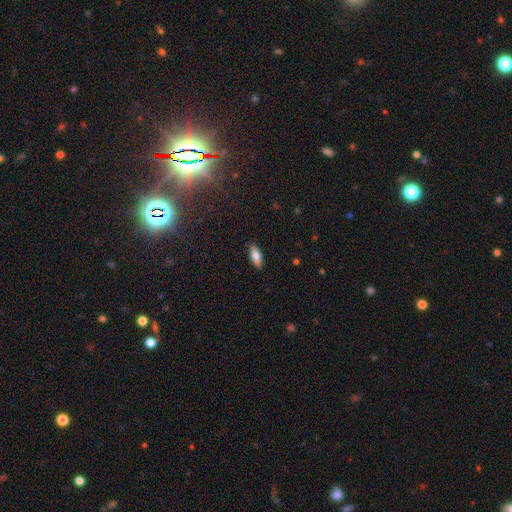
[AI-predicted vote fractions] smooth_or_featured: smooth (p=0.78) [alt: featured or disk p=0.15]
how_rounded: in between (p=0.75) [alt: cigar-shaped p=0.23]
merging: none (p=0.89) [alt: minor disturbance p=0.08]